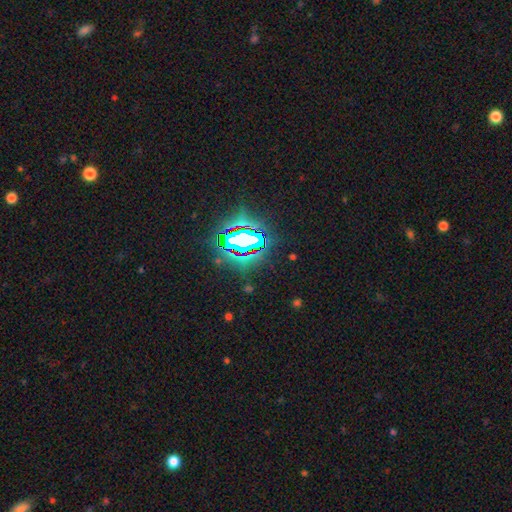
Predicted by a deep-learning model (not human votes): This appears to be a star or artifact, not a galaxy (85%).